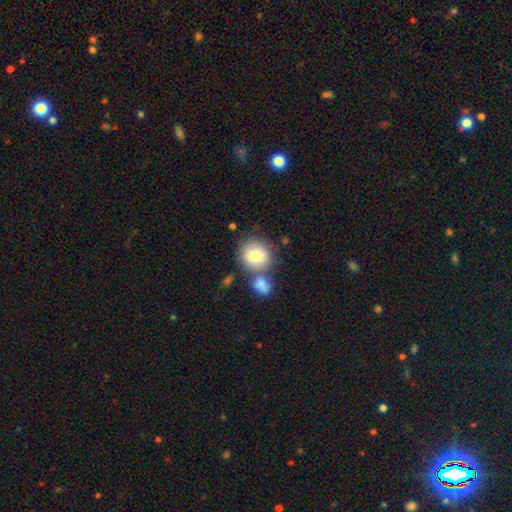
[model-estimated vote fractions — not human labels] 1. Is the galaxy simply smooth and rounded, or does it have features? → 77% smooth, 16% featured or disk, 8% star or artifact.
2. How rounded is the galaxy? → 83% round, 16% in between, 1% cigar-shaped.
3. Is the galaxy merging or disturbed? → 54% none, 30% merger, 11% minor disturbance, 4% major disturbance.